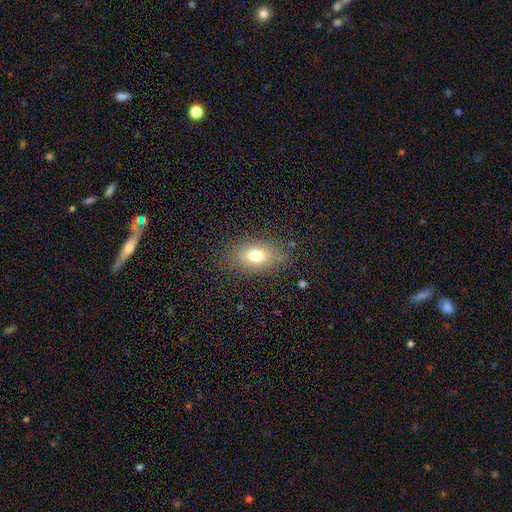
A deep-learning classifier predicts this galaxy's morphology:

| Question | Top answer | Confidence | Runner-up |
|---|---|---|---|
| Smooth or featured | smooth | 74% | featured or disk (14%) |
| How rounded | in between | 81% | round (16%) |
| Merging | none | 81% | minor disturbance (12%) |